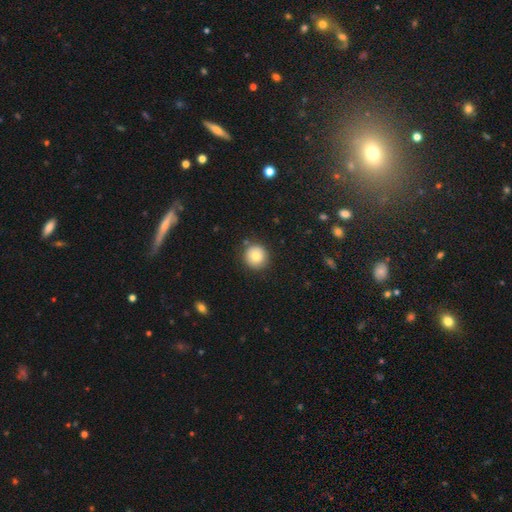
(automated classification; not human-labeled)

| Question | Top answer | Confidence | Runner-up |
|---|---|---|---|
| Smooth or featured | smooth | 78% | featured or disk (12%) |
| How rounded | round | 95% | in between (4%) |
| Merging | none | 87% | minor disturbance (9%) |